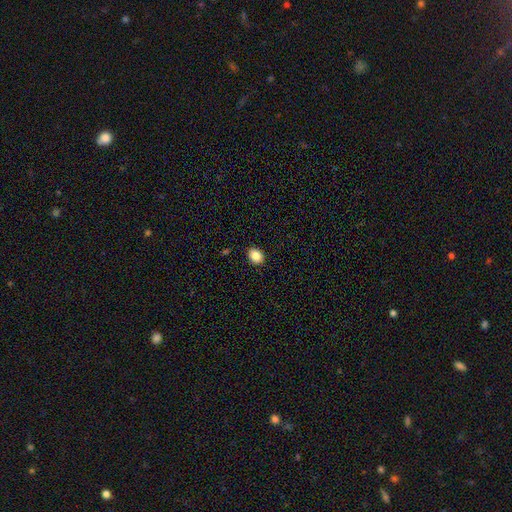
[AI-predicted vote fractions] A smooth galaxy with no disk features (85%) that is in between round and cigar-shaped (54%). Merging: none (91%).